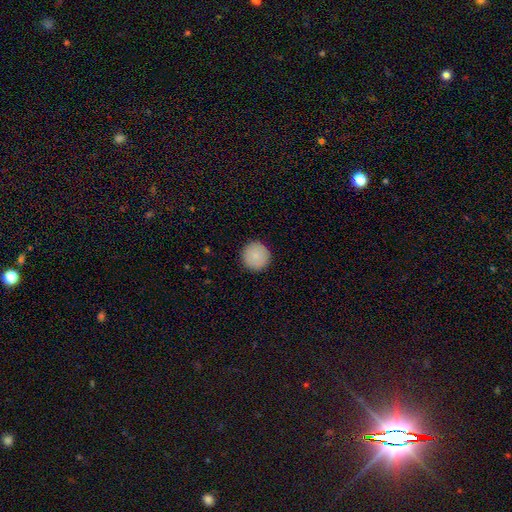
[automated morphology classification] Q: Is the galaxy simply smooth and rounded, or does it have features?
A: smooth — 87%.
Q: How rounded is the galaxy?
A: round — 95%.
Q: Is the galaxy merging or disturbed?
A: none — 92%.